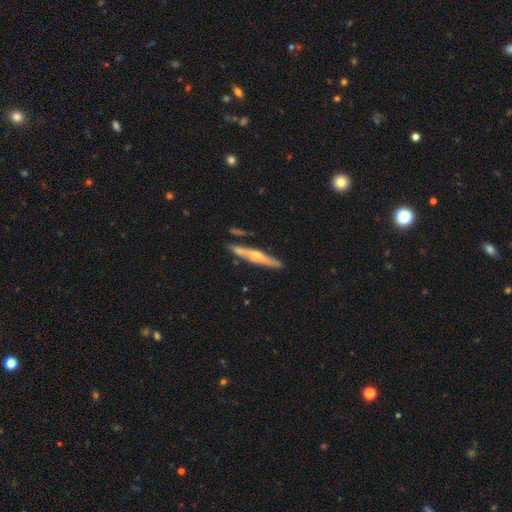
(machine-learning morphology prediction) featured or disk 63%, smooth 31%, star or artifact 6%. Down the decision tree: edge-on disk — yes (94%); edge-on bulge — rounded (81%); merging — none (80%).